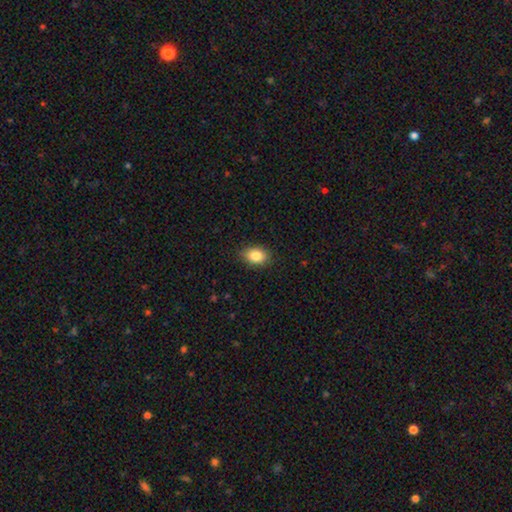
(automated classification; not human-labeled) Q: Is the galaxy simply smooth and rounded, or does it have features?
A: smooth — 85%.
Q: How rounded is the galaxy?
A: in between — 77%.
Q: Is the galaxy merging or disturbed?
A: none — 87%.